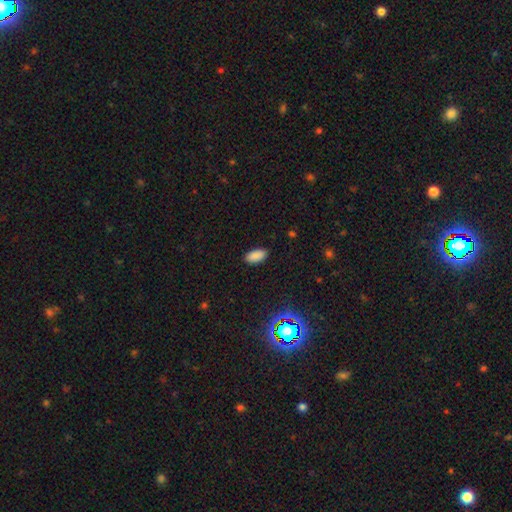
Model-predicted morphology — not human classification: Smooth or featured: smooth — 86% (star or artifact — 10%)
How rounded: in between — 93% (cigar-shaped — 4%)
Merging: none — 88% (minor disturbance — 9%)